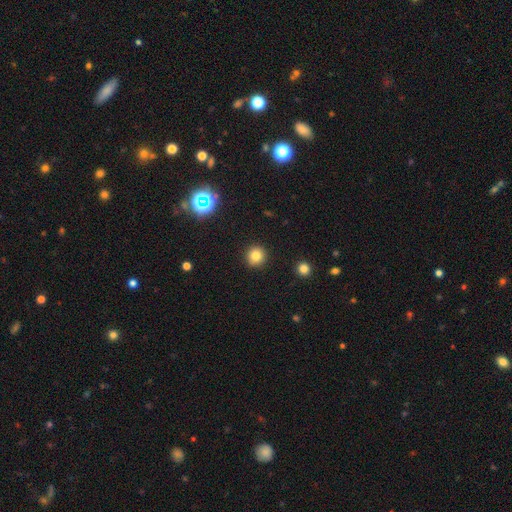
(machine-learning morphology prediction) Smooth or featured? Predicted: smooth (p=0.81). How rounded? Predicted: round (p=0.93). Merging? Predicted: none (p=0.91).